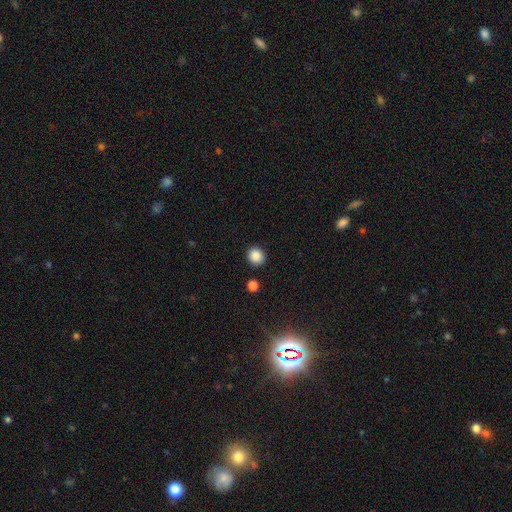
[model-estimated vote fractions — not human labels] This appears to be a smooth galaxy with no disk features (87%) that is round (87%). Merging: none (89%).